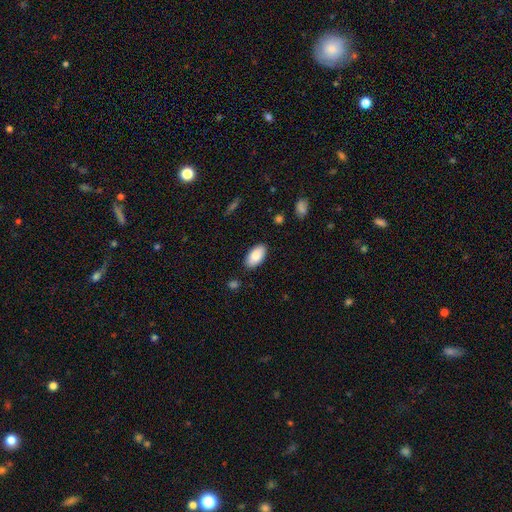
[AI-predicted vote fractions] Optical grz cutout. It shows a smooth galaxy with no disk features (87%) that is in between round and cigar-shaped (95%). Merging: none (87%).